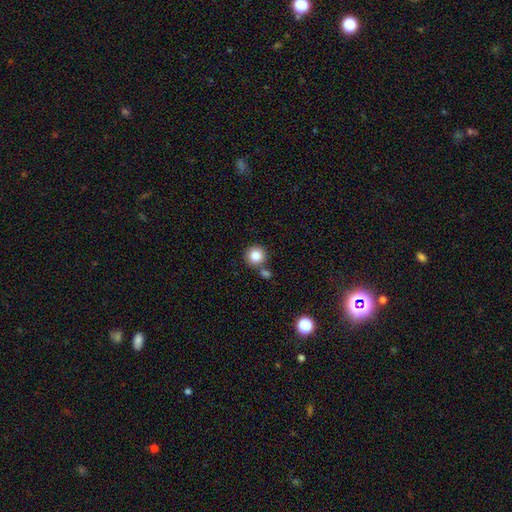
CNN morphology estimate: Smooth or featured?
  - smooth: 85% *
  - star or artifact: 9%
  - featured or disk: 6%
How rounded?
  - round: 93% *
  - in between: 6%
  - cigar-shaped: 1%
Merging?
  - none: 71% *
  - merger: 17%
  - minor disturbance: 8%
  - major disturbance: 3%